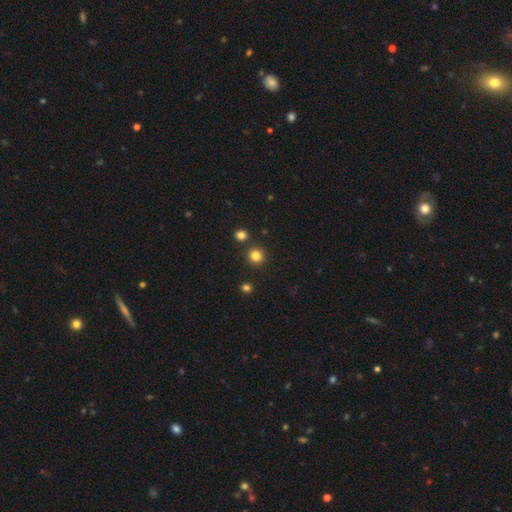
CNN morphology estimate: Smooth or featured: smooth — 82% (star or artifact — 13%)
How rounded: round — 93% (in between — 6%)
Merging: none — 86% (merger — 6%)